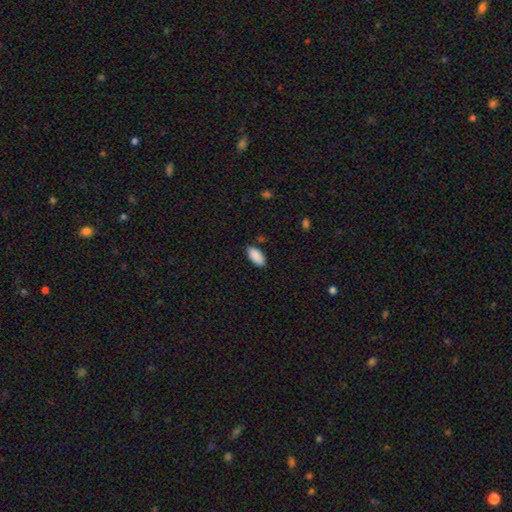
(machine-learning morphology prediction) The model was most divided on "merging": none: 84%, minor disturbance: 12%, major disturbance: 2%, merger: 2%. More confident: how rounded — in between (93%); smooth or featured — smooth (90%).